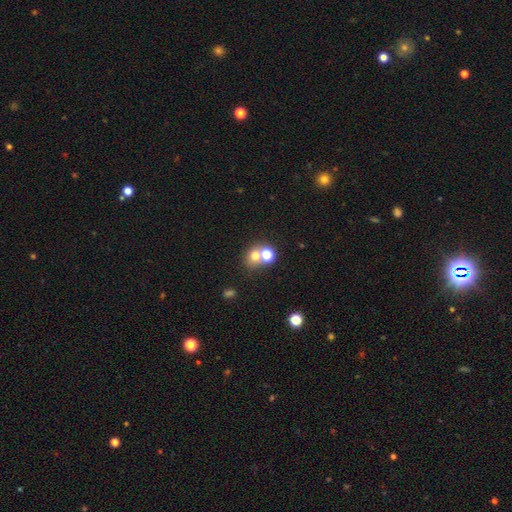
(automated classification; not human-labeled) A smooth galaxy with no disk features (67%) that is round (72%).

Vote fractions:
- Smooth or featured? smooth: 67% / star or artifact: 19% / featured or disk: 14%
- How rounded? round: 72% / in between: 27% / cigar-shaped: 1%
- Merging? none: 45% / merger: 43% / minor disturbance: 7% / major disturbance: 4%